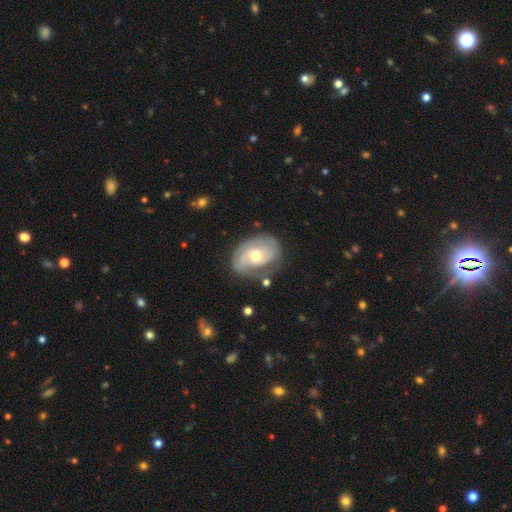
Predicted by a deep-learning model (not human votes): Smooth or featured: featured or disk — 79% (smooth — 15%)
Edge-on disk: no — 96% (yes — 4%)
Bar: no — 61% (weak — 32%)
Spiral arms: yes — 92% (no — 8%)
Spiral winding: tight — 56% (medium — 33%)
Spiral arm count: 2 — 52% (can't tell — 24%)
Bulge size: moderate — 58% (small — 36%)
Merging: none — 70% (minor disturbance — 20%)